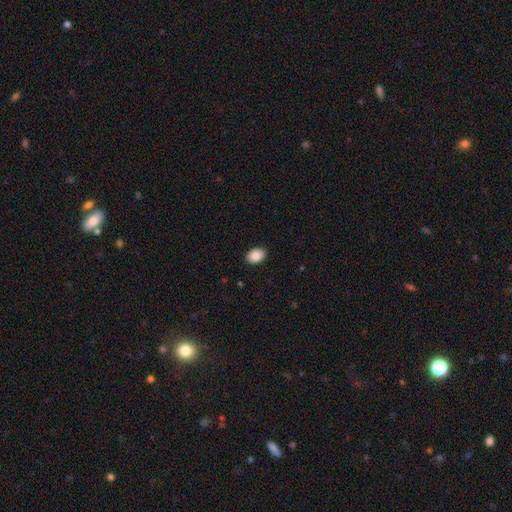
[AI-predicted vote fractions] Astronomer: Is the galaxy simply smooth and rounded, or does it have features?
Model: smooth — 89%.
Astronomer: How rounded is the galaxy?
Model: in between — 81%.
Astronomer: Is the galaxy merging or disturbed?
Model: none — 90%.